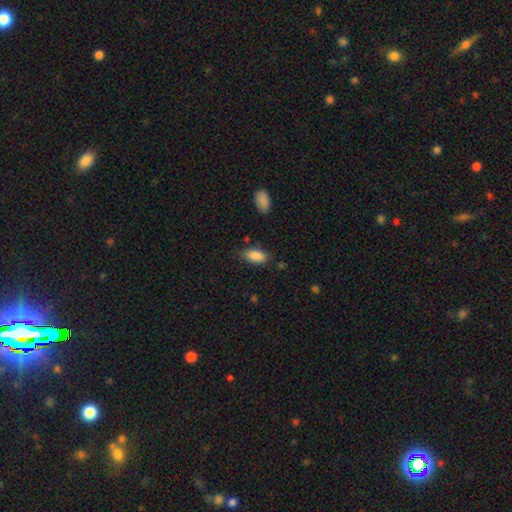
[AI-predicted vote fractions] Smooth or featured: smooth — 88% (star or artifact — 7%)
How rounded: in between — 90% (cigar-shaped — 8%)
Merging: none — 77% (minor disturbance — 16%)